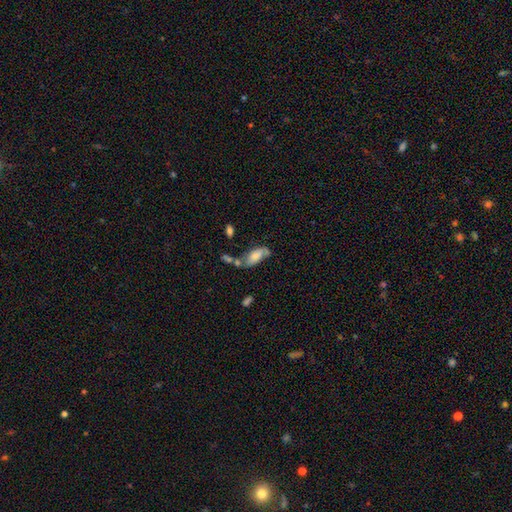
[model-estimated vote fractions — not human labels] This appears to be a smooth galaxy with no disk features (63%) that is in between round and cigar-shaped (84%). Merging: none (46%).